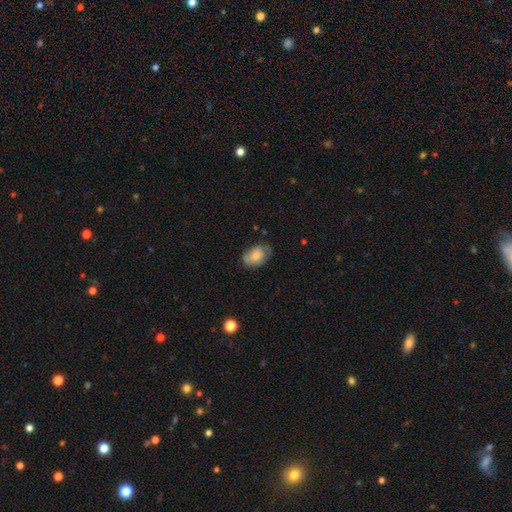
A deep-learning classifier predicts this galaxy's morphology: Smooth or featured? Predicted: smooth (p=0.67). How rounded? Predicted: in between (p=0.81). Merging? Predicted: none (p=0.61).